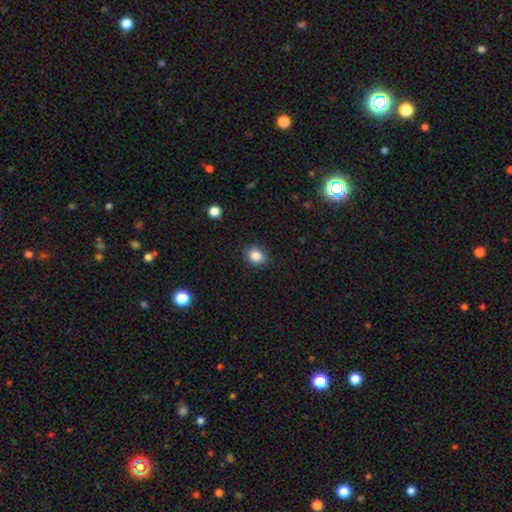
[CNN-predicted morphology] Smooth or featured: smooth — 86% (star or artifact — 10%)
How rounded: round — 63% (in between — 36%)
Merging: none — 86% (minor disturbance — 10%)